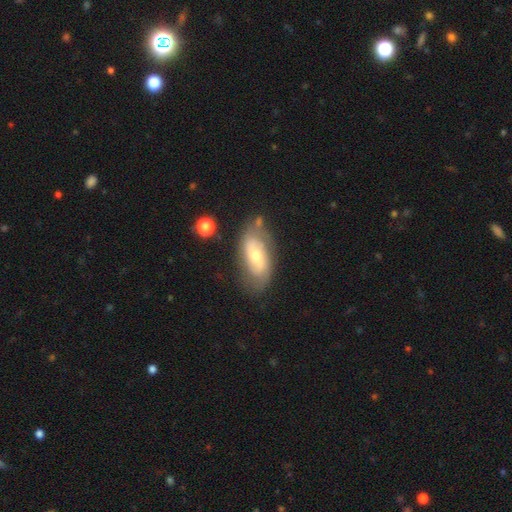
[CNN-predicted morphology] This is likely a featured or disk galaxy (63%). It is clearly not viewed edge-on (92%). Bar: possibly no (45%). Spiral arm pattern: likely yes (80%). Central bulge: possibly moderate (57%). Merging: likely none (65%).